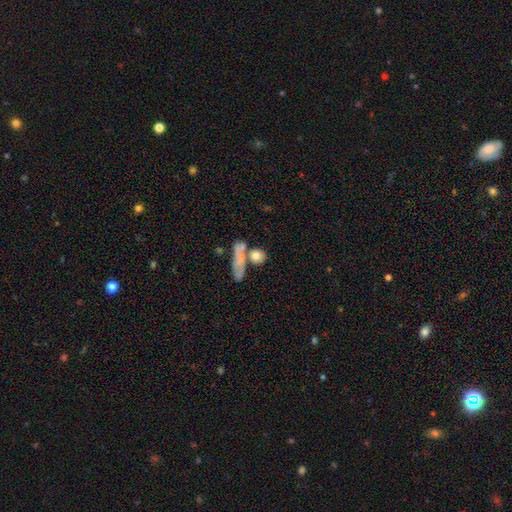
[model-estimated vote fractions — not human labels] A smooth galaxy with no disk features (75%) that is round (62%).

Vote fractions:
- Smooth or featured? smooth: 75% / featured or disk: 16% / star or artifact: 9%
- How rounded? round: 62% / in between: 24% / cigar-shaped: 14%
- Merging? none: 55% / merger: 25% / minor disturbance: 13% / major disturbance: 7%